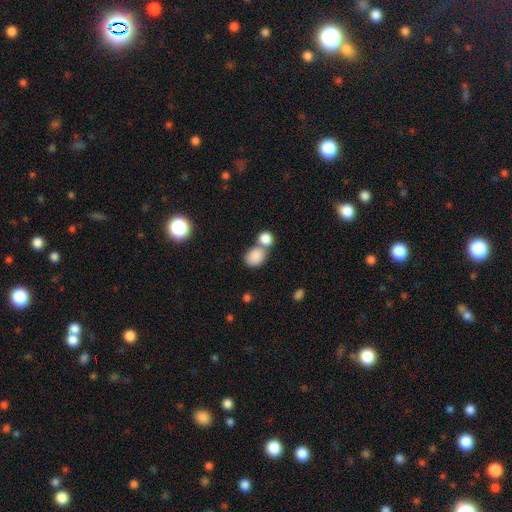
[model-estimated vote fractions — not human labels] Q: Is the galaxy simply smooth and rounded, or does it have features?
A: smooth — 85%.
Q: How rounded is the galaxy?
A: in between — 51%.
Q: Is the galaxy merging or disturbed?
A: merger — 49%.